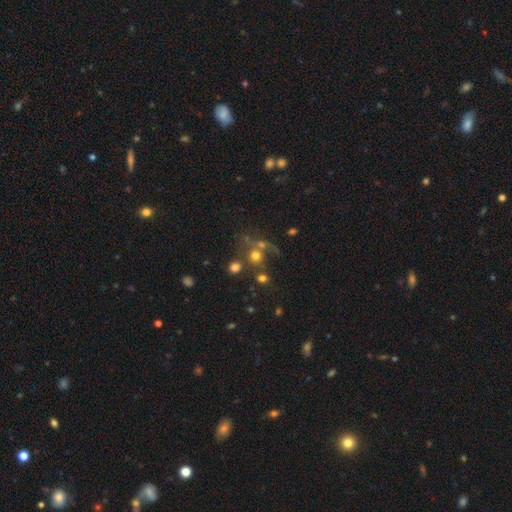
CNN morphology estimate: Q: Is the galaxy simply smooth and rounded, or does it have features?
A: smooth — 62%.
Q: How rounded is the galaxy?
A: round — 86%.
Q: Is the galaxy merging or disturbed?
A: none — 48%.